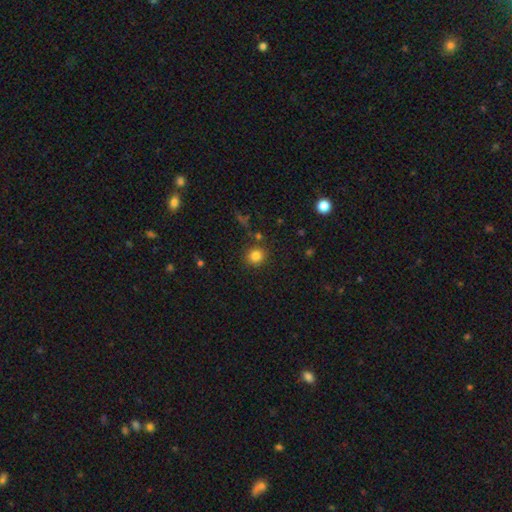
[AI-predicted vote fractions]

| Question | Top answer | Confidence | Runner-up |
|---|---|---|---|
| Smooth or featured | smooth | 83% | star or artifact (12%) |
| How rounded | round | 90% | in between (9%) |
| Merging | none | 84% | minor disturbance (8%) |